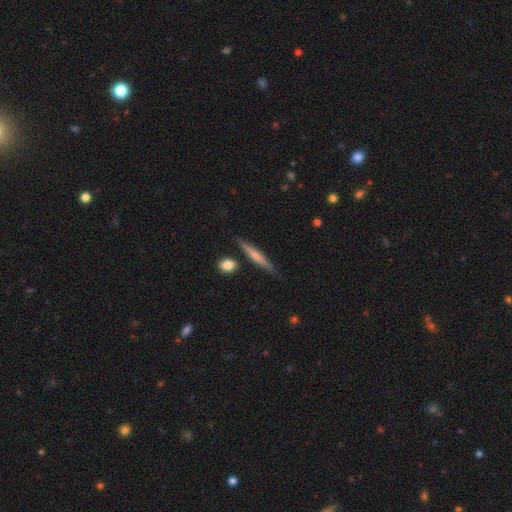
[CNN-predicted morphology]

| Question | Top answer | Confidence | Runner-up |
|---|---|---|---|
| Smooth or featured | smooth | 49% | featured or disk (45%) |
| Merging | none | 83% | minor disturbance (11%) |